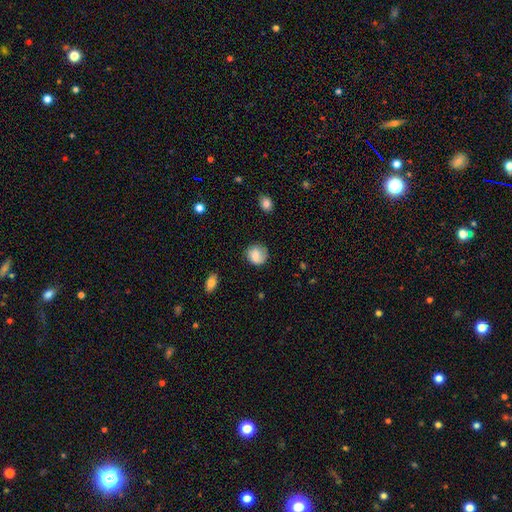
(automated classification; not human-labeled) This appears to be a smooth galaxy with no disk features (79%) that is round (82%). Merging: none (73%).